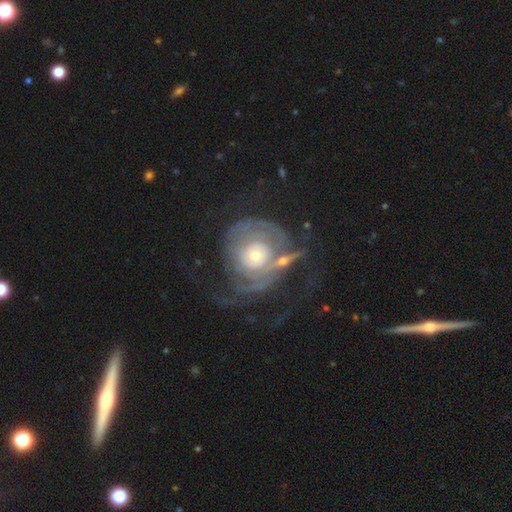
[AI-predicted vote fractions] smooth_or_featured: featured or disk (p=0.80) [alt: smooth p=0.14]
disk_edge_on: no (p=0.96) [alt: yes p=0.04]
bar: no (p=0.85) [alt: weak p=0.11]
has_spiral_arms: yes (p=0.77) [alt: no p=0.23]
spiral_winding: tight (p=0.70) [alt: medium p=0.19]
spiral_arm_count: can't tell (p=0.47) [alt: 2 p=0.22]
bulge_size: moderate (p=0.47) [alt: small p=0.46]
merging: none (p=0.36) [alt: major disturbance p=0.27]